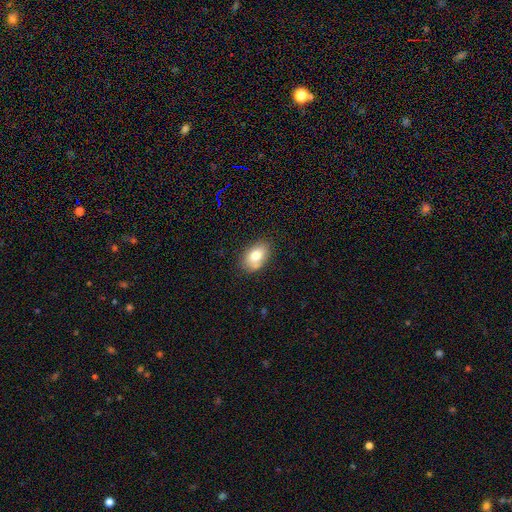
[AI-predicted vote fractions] Overall: smooth (77%). How rounded: in between (86%). Merging: none (72%).